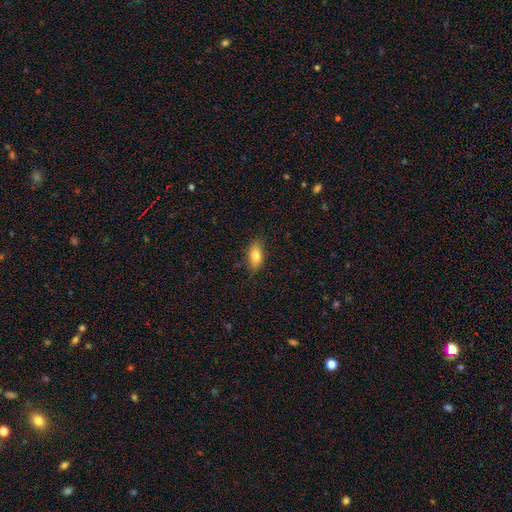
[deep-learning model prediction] Smooth or featured? Predicted: smooth (p=0.81). How rounded? Predicted: in between (p=0.87). Merging? Predicted: none (p=0.82).